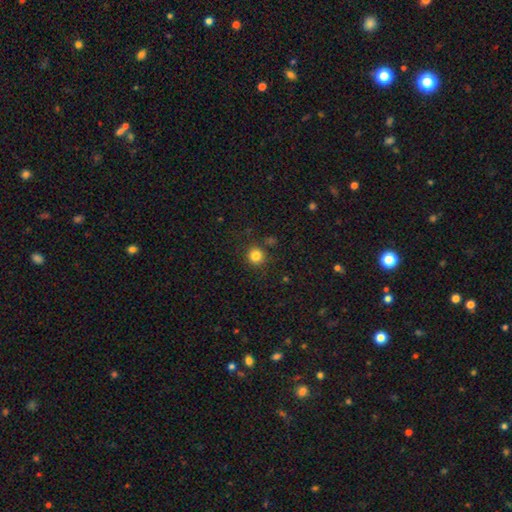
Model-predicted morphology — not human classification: The model was most divided on "smooth or featured": smooth: 83%, star or artifact: 12%, featured or disk: 5%. More confident: how rounded — round (93%); merging — none (87%).